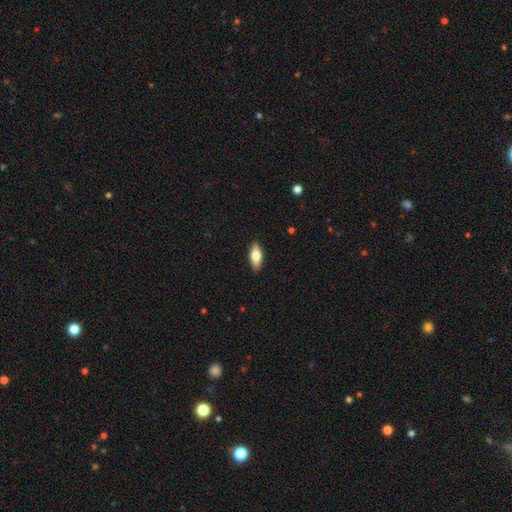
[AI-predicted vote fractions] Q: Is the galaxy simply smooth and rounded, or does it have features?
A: smooth — 66%.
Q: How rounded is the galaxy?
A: in between — 72%.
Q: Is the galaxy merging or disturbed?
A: none — 89%.